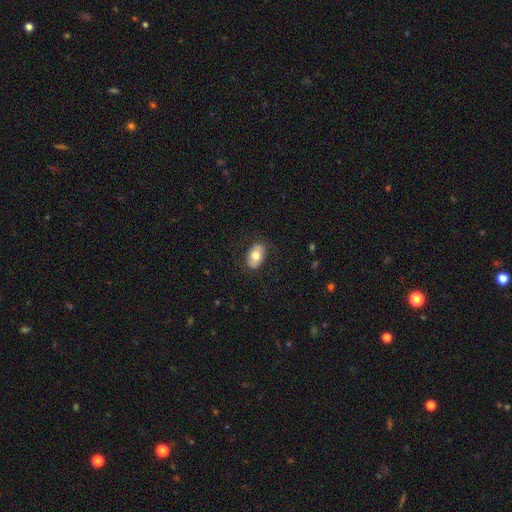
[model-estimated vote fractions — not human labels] A smooth galaxy with no disk features (69%) that is in between round and cigar-shaped (87%).

Vote fractions:
- Smooth or featured? smooth: 69% / featured or disk: 24% / star or artifact: 7%
- How rounded? in between: 87% / round: 12% / cigar-shaped: 2%
- Merging? none: 80% / minor disturbance: 14% / major disturbance: 5% / merger: 1%